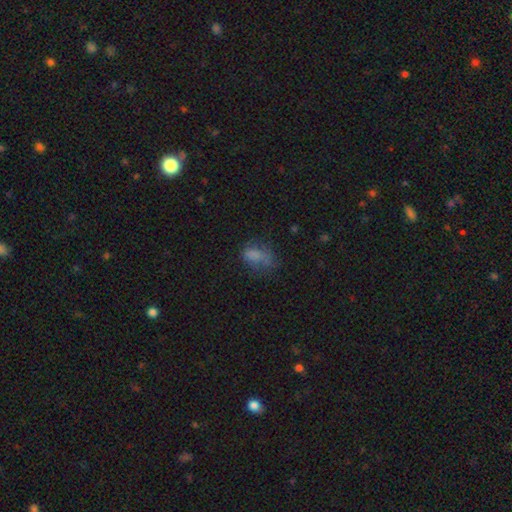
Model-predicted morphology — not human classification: This appears to be a smooth galaxy with no disk features (71%) that is in between round and cigar-shaped (84%). Merging: none (40%).